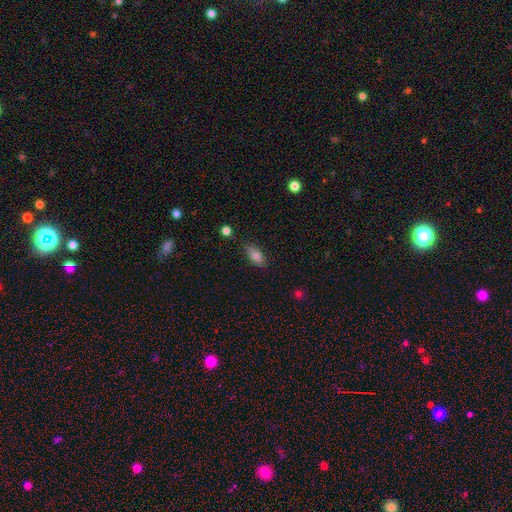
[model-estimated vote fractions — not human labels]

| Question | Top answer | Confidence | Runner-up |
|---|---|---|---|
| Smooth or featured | smooth | 84% | star or artifact (9%) |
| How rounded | in between | 87% | cigar-shaped (9%) |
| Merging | none | 79% | minor disturbance (16%) |